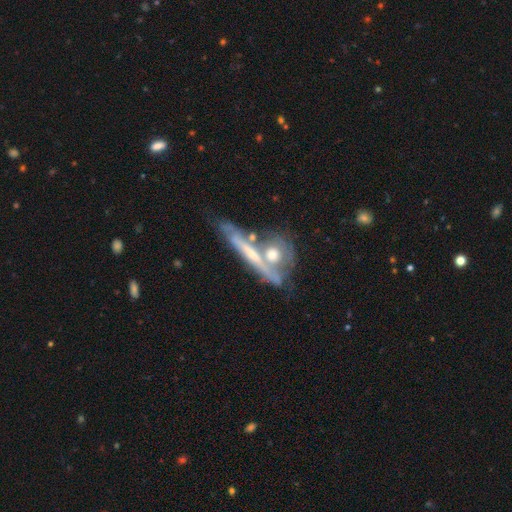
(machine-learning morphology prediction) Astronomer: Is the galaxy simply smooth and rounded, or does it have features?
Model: featured or disk — 64%.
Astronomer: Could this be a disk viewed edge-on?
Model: yes — 59% (runner-up: no, 41%).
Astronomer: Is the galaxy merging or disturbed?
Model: merger — 46% (runner-up: none, 33%).